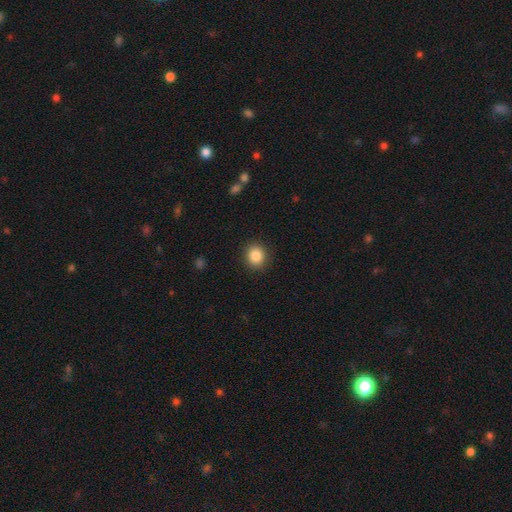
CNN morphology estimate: Q: Smooth or featured?
A: smooth (86%); runner-up: star or artifact (9%)
Q: How rounded?
A: round (80%); runner-up: in between (19%)
Q: Merging?
A: none (90%); runner-up: minor disturbance (7%)